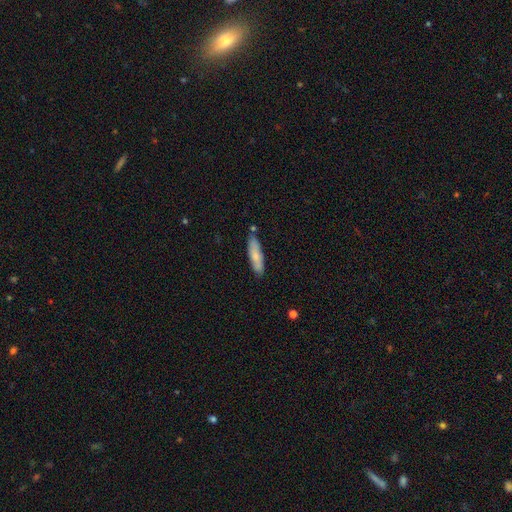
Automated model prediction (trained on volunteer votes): smooth_or_featured: smooth (p=0.72) [alt: featured or disk p=0.22]
how_rounded: cigar-shaped (p=0.70) [alt: in between p=0.29]
merging: none (p=0.78) [alt: minor disturbance p=0.15]